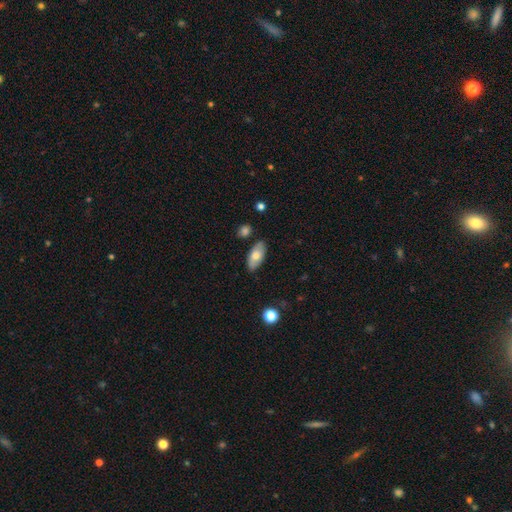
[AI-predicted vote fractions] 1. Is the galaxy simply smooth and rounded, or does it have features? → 71% smooth, 23% featured or disk, 6% star or artifact.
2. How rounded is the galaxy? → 91% in between, 6% cigar-shaped, 3% round.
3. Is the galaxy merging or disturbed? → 83% none, 12% minor disturbance, 3% merger, 2% major disturbance.